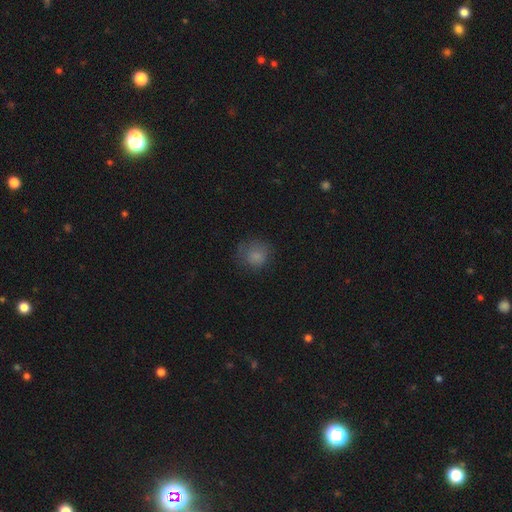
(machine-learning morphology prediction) Overall: smooth (78%). How rounded: round (84%). Merging: none (67%).